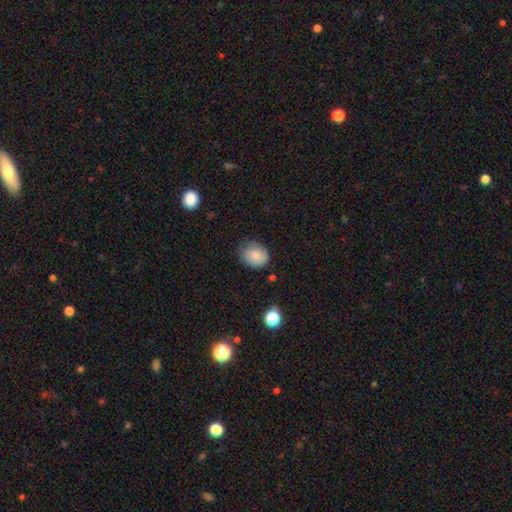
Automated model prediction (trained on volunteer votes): Smooth or featured? Predicted: smooth (p=0.83). How rounded? Predicted: in between (p=0.52). Merging? Predicted: none (p=0.67).